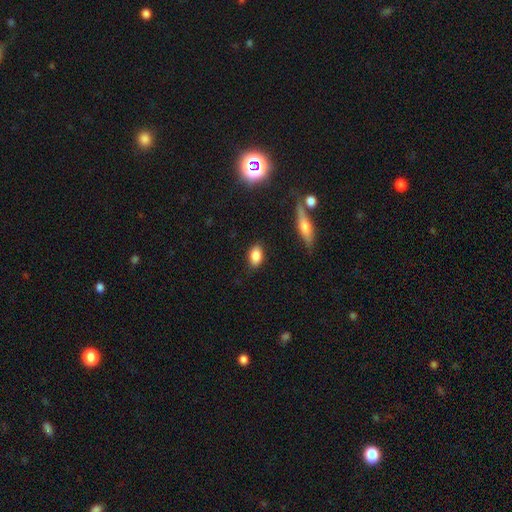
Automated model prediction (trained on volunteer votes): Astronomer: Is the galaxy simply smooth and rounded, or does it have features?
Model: smooth — 84%.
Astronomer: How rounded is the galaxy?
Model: in between — 87%.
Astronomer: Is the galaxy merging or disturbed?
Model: none — 83%.